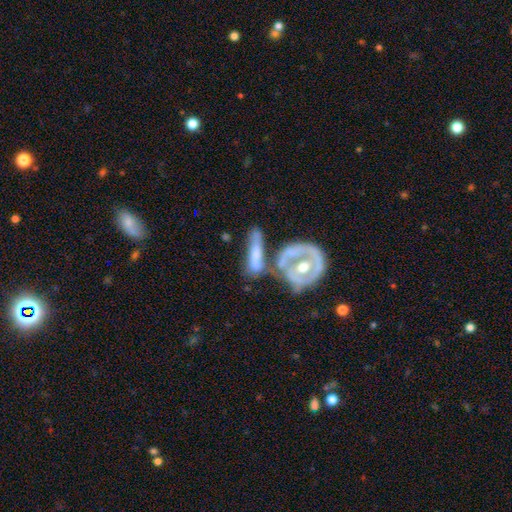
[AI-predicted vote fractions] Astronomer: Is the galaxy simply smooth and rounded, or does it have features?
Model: featured or disk — 54% (runner-up: smooth, 40%).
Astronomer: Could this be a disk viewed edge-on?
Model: no — 76%.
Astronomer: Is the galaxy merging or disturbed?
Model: merger — 44% (runner-up: none, 28%).